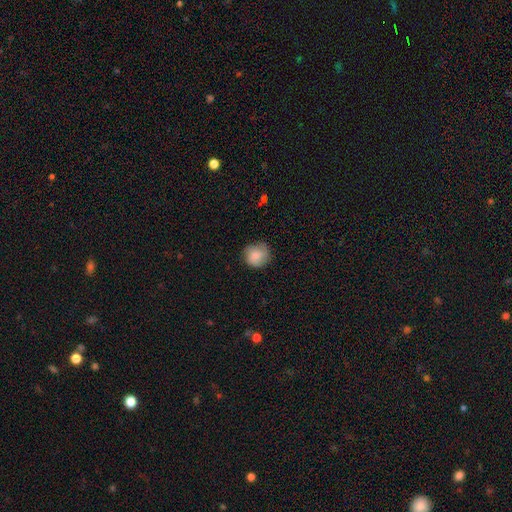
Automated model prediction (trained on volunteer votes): Morphology: type=smooth (77%); roundness=round (88%); merging=none (72%).